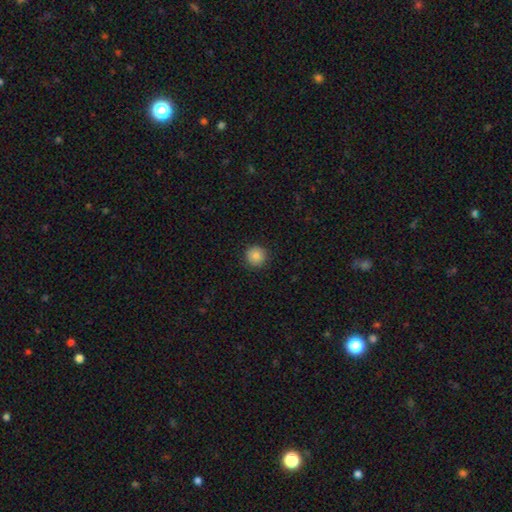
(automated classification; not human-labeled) This appears to be a smooth galaxy with no disk features (85%) that is round (95%). Merging: none (92%).